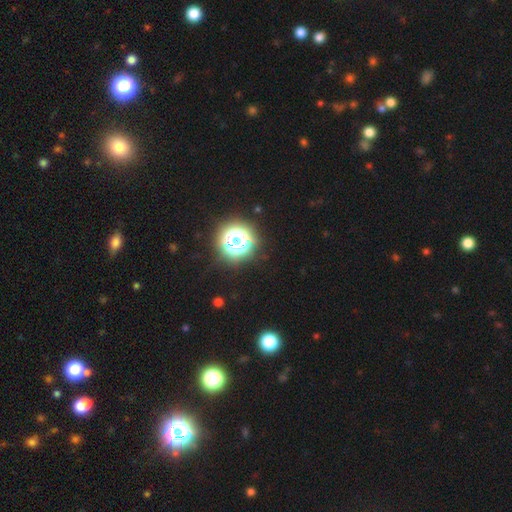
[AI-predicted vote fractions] Q: Smooth or featured?
A: star or artifact (76%); runner-up: smooth (17%)